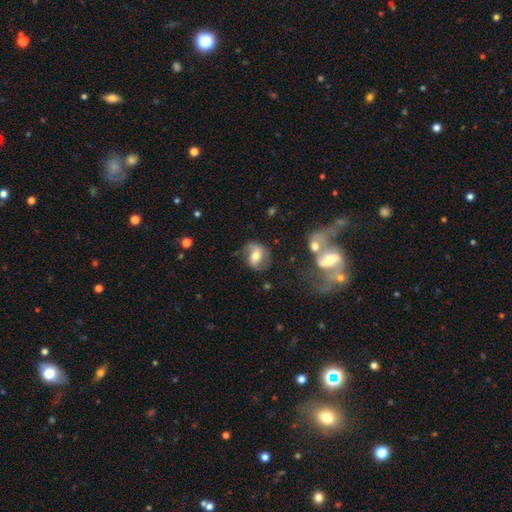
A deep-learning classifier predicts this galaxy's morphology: smooth_or_featured: featured or disk (p=0.47) [alt: smooth p=0.45]
merging: none (p=0.66) [alt: minor disturbance p=0.20]